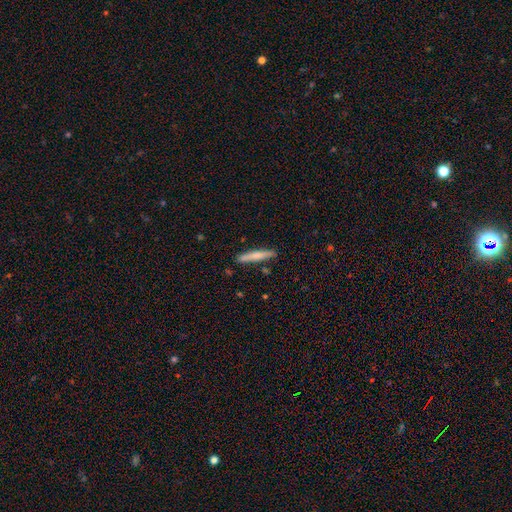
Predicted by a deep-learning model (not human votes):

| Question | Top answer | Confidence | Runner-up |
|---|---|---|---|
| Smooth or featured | smooth | 68% | featured or disk (27%) |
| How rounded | cigar-shaped | 93% | in between (5%) |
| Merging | none | 86% | minor disturbance (10%) |